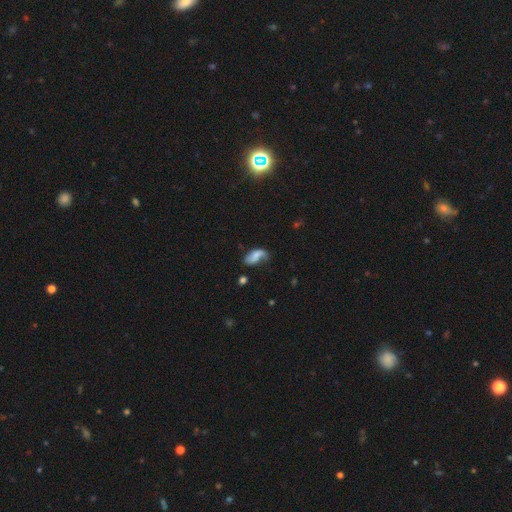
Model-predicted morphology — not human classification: type=smooth (51%); roundness=in between (89%); merging=none (39%).